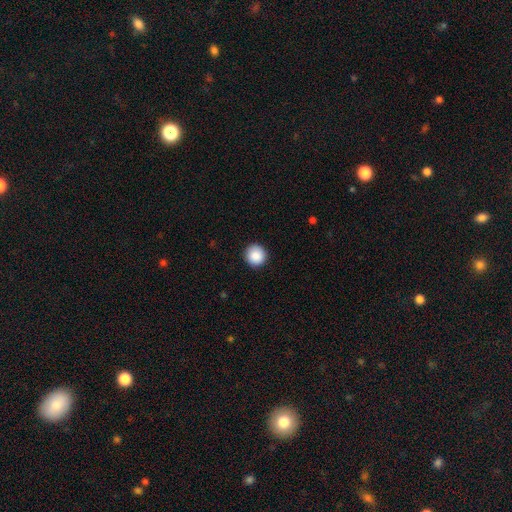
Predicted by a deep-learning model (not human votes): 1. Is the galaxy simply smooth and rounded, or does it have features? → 88% smooth, 8% star or artifact, 3% featured or disk.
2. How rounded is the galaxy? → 95% round, 4% in between, 1% cigar-shaped.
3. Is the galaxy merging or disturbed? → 92% none, 5% minor disturbance, 2% major disturbance, 1% merger.